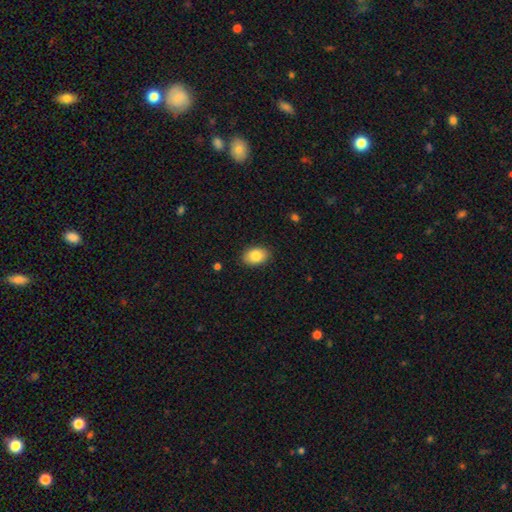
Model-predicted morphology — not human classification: type=smooth (85%); roundness=in between (85%); merging=none (88%).